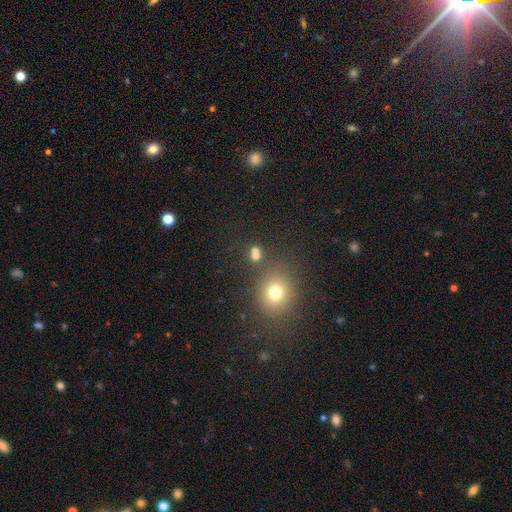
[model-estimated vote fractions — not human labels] Overall: smooth (68%). How rounded: round (77%). Merging: none (62%; merger 25%).